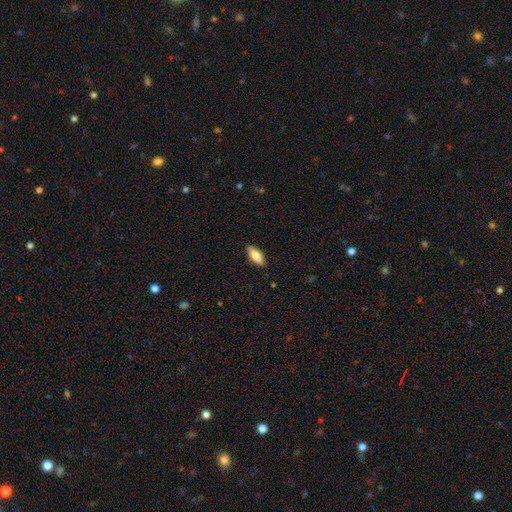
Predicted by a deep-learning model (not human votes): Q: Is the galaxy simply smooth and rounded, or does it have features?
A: smooth — 76%.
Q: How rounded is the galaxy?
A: in between — 74%.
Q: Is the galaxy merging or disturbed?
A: none — 89%.